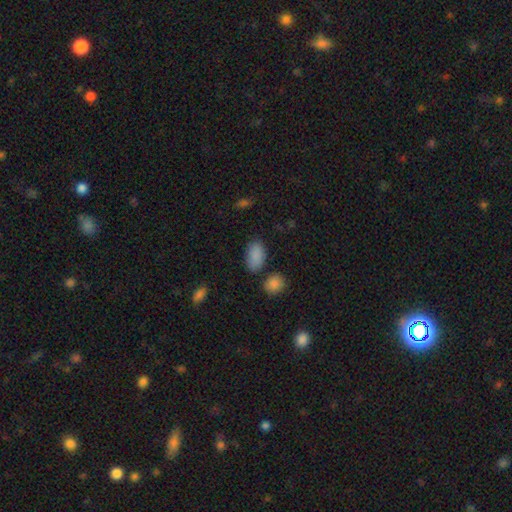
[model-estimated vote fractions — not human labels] Overall: smooth (88%). How rounded: in between (93%). Merging: none (77%).